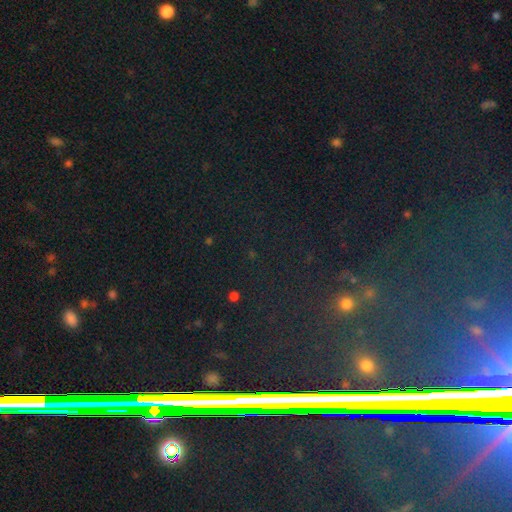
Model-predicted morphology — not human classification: A star or artifact, not a galaxy (78%).